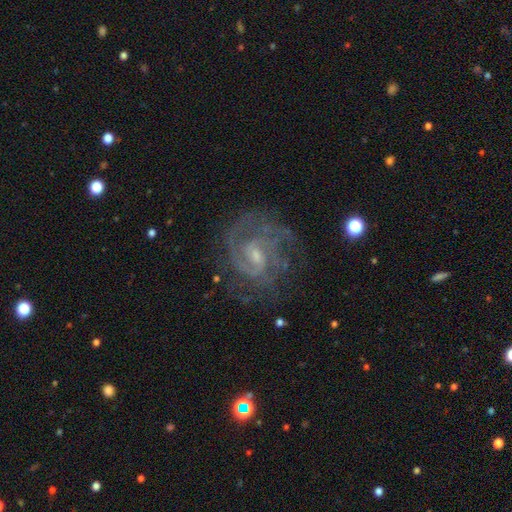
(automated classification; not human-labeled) Q: Smooth or featured?
A: featured or disk (88%); runner-up: star or artifact (7%)
Q: Edge-on disk?
A: no (98%); runner-up: yes (2%)
Q: Bar?
A: weak (59%); runner-up: no (27%)
Q: Spiral arms?
A: yes (96%); runner-up: no (4%)
Q: Spiral winding?
A: tight (51%); runner-up: medium (40%)
Q: Spiral arm count?
A: 2 (39%); runner-up: can't tell (24%)
Q: Bulge size?
A: small (59%); runner-up: moderate (30%)
Q: Merging?
A: none (67%); runner-up: minor disturbance (18%)